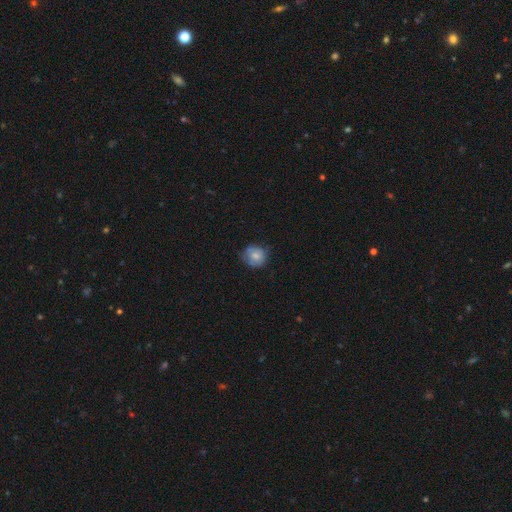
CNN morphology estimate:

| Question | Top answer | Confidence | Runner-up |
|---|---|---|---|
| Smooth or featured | smooth | 68% | featured or disk (24%) |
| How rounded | round | 83% | in between (16%) |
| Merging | none | 64% | minor disturbance (27%) |